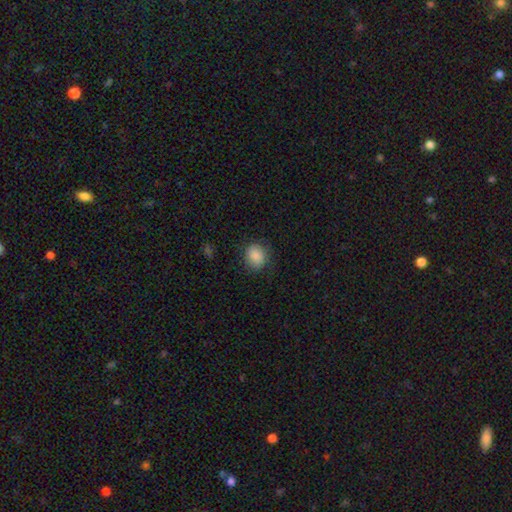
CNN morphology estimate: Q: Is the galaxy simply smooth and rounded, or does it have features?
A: smooth — 87%.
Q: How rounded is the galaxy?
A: round — 71%.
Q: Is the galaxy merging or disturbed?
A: none — 80%.